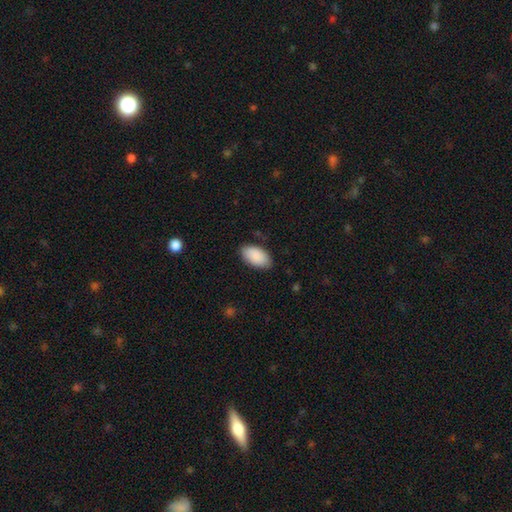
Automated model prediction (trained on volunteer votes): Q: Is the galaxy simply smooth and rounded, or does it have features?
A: smooth — 90%.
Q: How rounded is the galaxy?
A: in between — 96%.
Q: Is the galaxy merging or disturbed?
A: none — 84%.